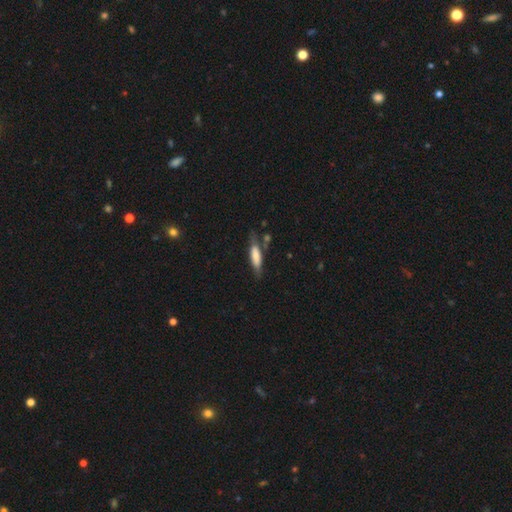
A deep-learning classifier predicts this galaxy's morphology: Smooth or featured?
  - smooth: 66% *
  - featured or disk: 27%
  - star or artifact: 6%
How rounded?
  - cigar-shaped: 60% *
  - in between: 39%
  - round: 2%
Merging?
  - none: 57% *
  - minor disturbance: 26%
  - major disturbance: 9%
  - merger: 8%